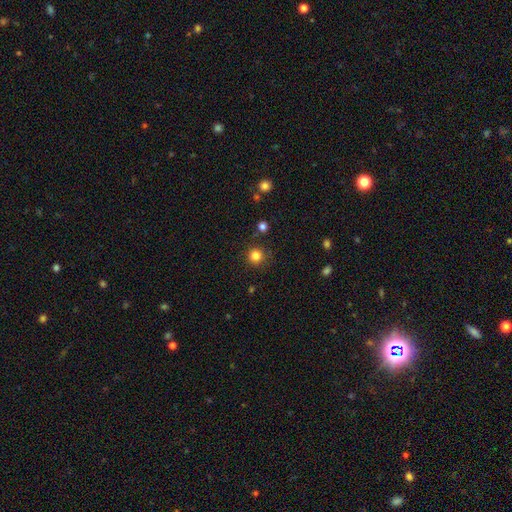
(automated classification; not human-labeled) This is clearly a smooth galaxy (83%). How rounded: clearly round (95%). Merging: clearly none (88%).